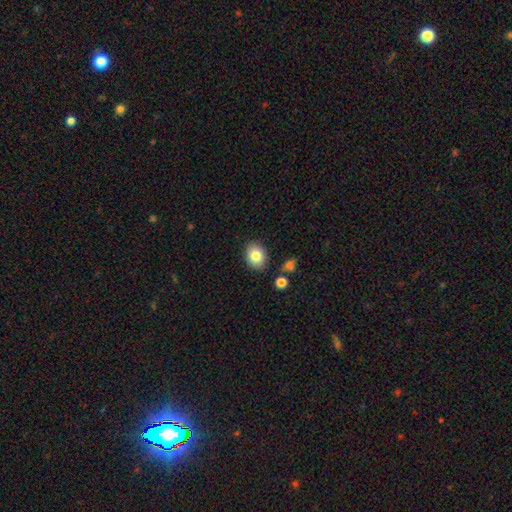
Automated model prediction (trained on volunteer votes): This is clearly a smooth galaxy (83%). How rounded: possibly in between (55%). Merging: clearly none (85%).